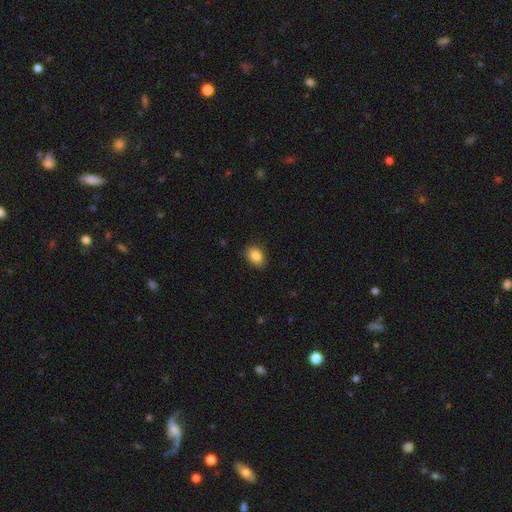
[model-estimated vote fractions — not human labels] Smooth or featured? Predicted: smooth (p=0.86). How rounded? Predicted: in between (p=0.73). Merging? Predicted: none (p=0.84).